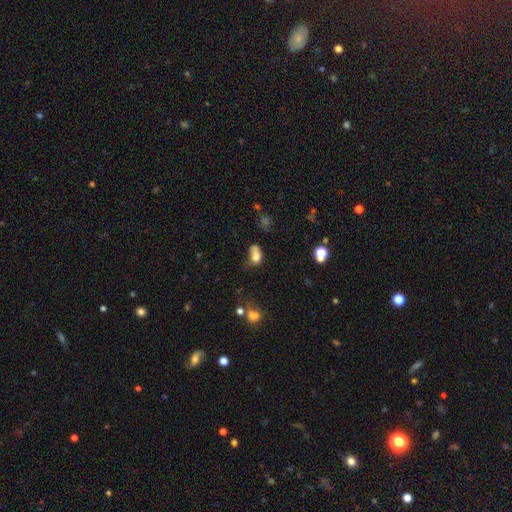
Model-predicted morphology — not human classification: smooth-or-featured: smooth: 74% | featured or disk: 13% | star or artifact: 13%
  how-rounded: in between: 73% | round: 24% | cigar-shaped: 3%
  merging: none: 27% | minor disturbance: 26% | major disturbance: 24% | merger: 23%